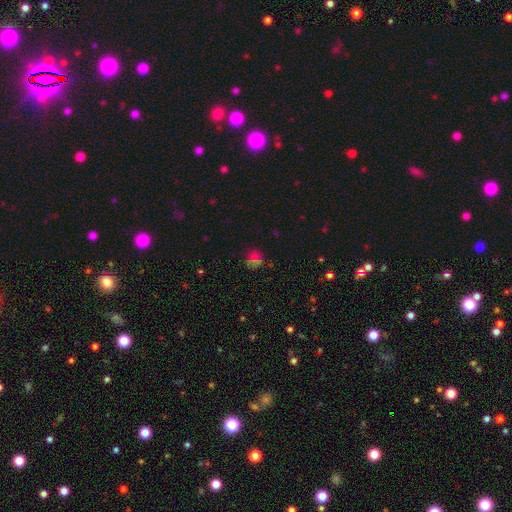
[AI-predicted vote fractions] smooth-or-featured: smooth: 60% | star or artifact: 27% | featured or disk: 13%
  how-rounded: round: 76% | in between: 22% | cigar-shaped: 1%
  merging: none: 69% | minor disturbance: 18% | major disturbance: 7% | merger: 6%